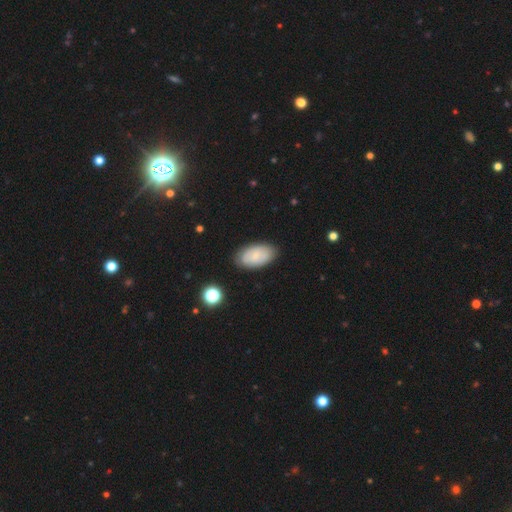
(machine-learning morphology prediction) type=smooth (67%); roundness=in between (94%); merging=none (82%).